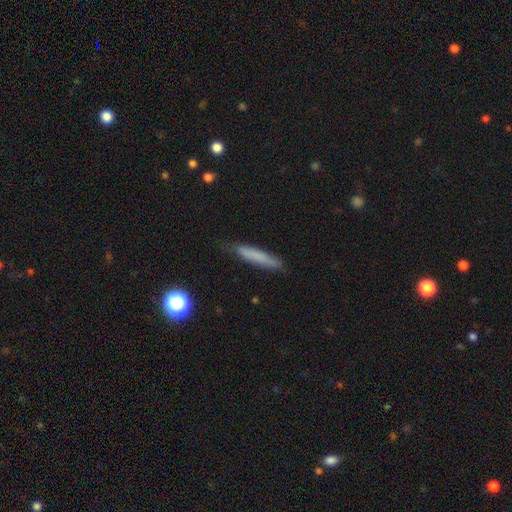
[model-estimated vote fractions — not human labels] Smooth or featured?
  - smooth: 74% *
  - featured or disk: 18%
  - star or artifact: 8%
How rounded?
  - cigar-shaped: 90% *
  - in between: 8%
  - round: 2%
Merging?
  - none: 81% *
  - minor disturbance: 15%
  - major disturbance: 3%
  - merger: 1%